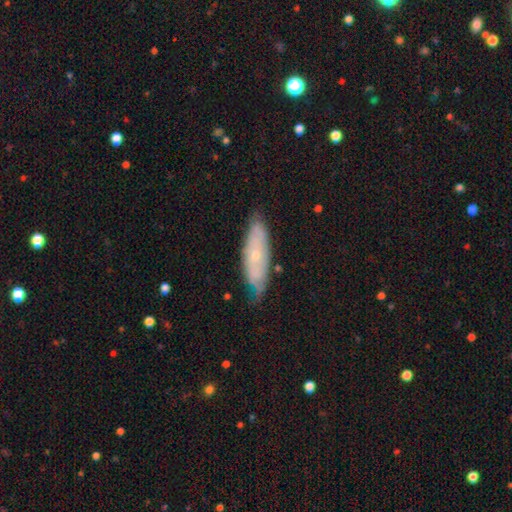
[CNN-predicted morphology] A featured or disk galaxy (54%).

Vote fractions:
- Smooth or featured? featured or disk: 54% / smooth: 37% / star or artifact: 9%
- Edge-on disk? no: 70% / yes: 30%
- Merging? none: 74% / minor disturbance: 20% / major disturbance: 4% / merger: 1%